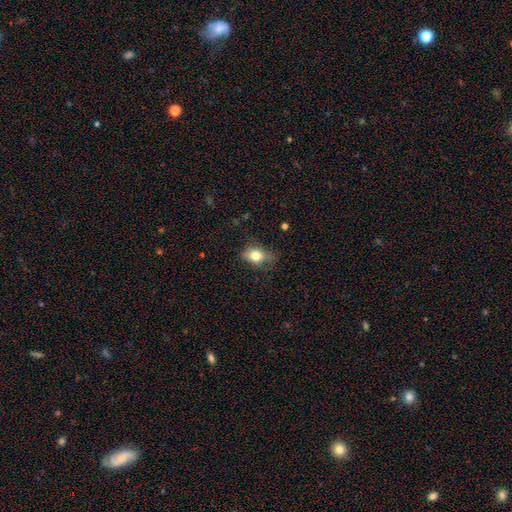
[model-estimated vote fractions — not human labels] Smooth or featured: smooth — 76% (featured or disk — 15%)
How rounded: in between — 75% (round — 23%)
Merging: none — 60% (minor disturbance — 29%)